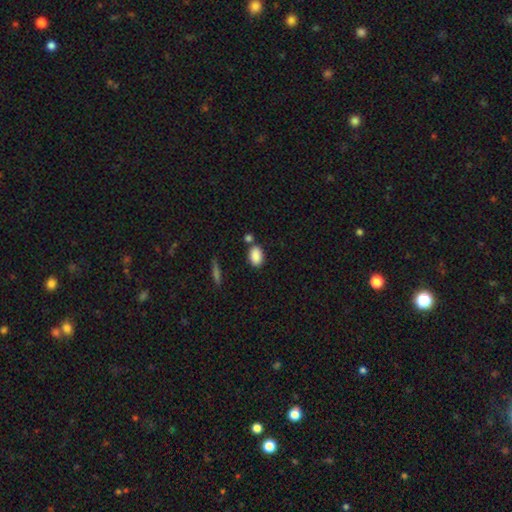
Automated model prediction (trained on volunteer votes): Smooth or featured: smooth — 88% (star or artifact — 8%)
How rounded: in between — 87% (round — 11%)
Merging: none — 70% (merger — 14%)